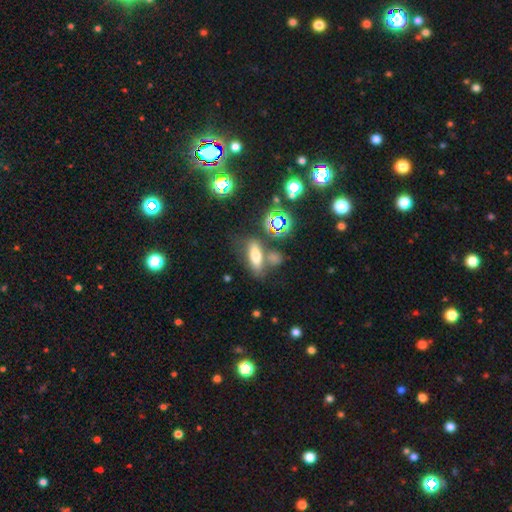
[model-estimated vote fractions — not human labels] Q: Smooth or featured?
A: smooth (60%); runner-up: star or artifact (21%)
Q: How rounded?
A: in between (58%); runner-up: cigar-shaped (32%)
Q: Merging?
A: none (61%); runner-up: merger (18%)